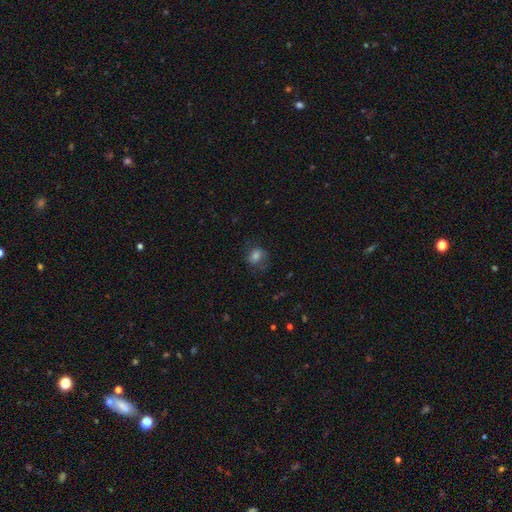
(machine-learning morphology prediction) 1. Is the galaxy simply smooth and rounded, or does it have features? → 68% smooth, 17% featured or disk, 15% star or artifact.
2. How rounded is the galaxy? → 51% round, 47% in between, 1% cigar-shaped.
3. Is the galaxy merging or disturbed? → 63% none, 21% minor disturbance, 14% major disturbance, 1% merger.